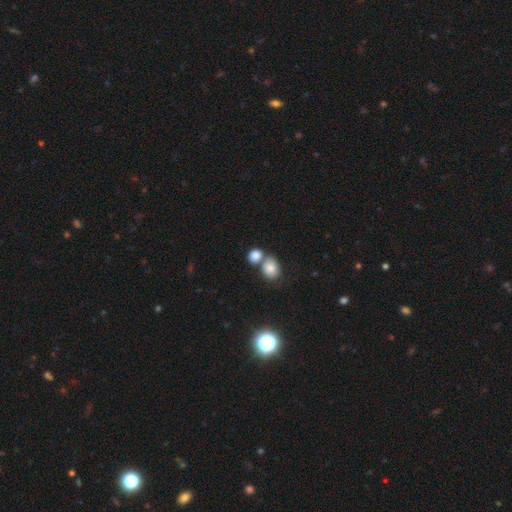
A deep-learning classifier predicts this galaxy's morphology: Overall: smooth (82%). How rounded: round (63%; in between 36%). Merging: merger (50%; none 39%).